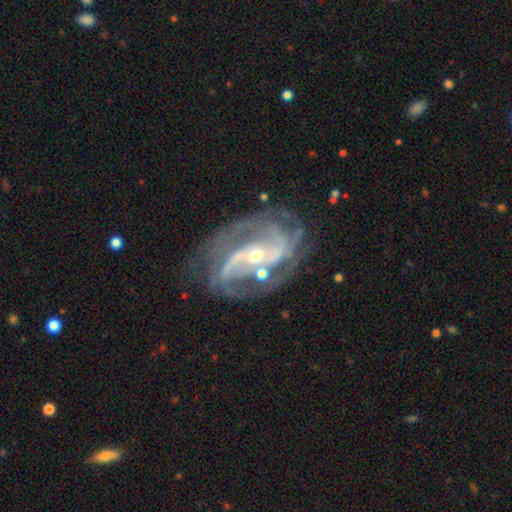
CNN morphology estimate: A featured or disk galaxy (91%) with a strong bar (36%), 2 (56%) medium (51%) spiral arms (97%) and a small central bulge (57%). Merging: none (63%).